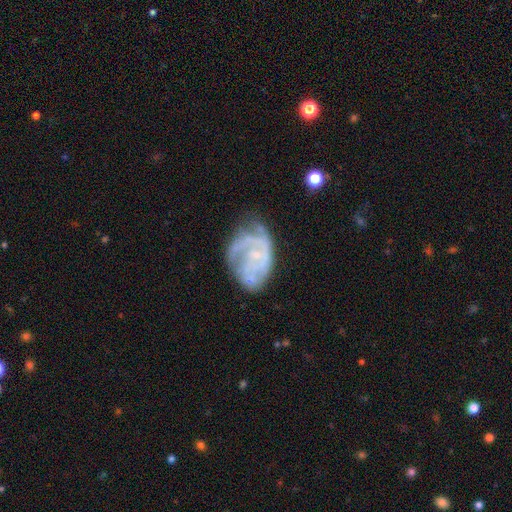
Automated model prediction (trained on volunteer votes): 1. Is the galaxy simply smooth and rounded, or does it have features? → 77% featured or disk, 15% smooth, 8% star or artifact.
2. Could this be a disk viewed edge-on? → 97% no, 3% yes.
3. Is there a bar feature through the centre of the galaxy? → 70% no, 25% weak, 5% strong.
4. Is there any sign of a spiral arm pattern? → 84% yes, 16% no.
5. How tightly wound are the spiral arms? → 50% tight, 36% medium, 14% loose.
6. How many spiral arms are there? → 34% can't tell, 24% 3, 23% 2, 7% 1, 7% 4, 5% more than 4.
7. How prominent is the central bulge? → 72% small, 15% moderate, 11% none, 1% large, 1% dominant.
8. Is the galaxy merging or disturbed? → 44% none, 29% minor disturbance, 23% major disturbance, 4% merger.